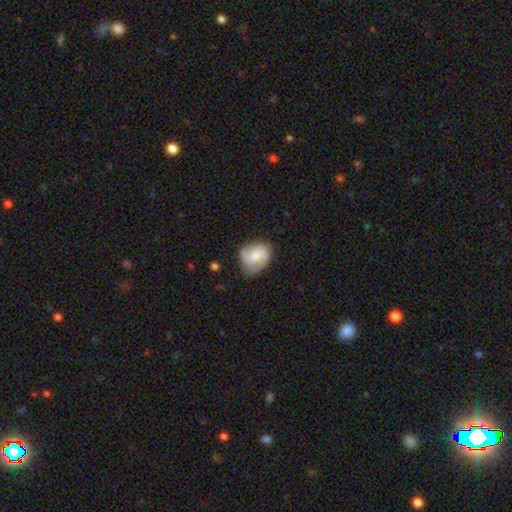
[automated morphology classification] A smooth galaxy with no disk features (50%) that is round (53%).

Vote fractions:
- Smooth or featured? smooth: 50% / featured or disk: 43% / star or artifact: 7%
- How rounded? round: 53% / in between: 46% / cigar-shaped: 1%
- Merging? none: 56% / minor disturbance: 31% / major disturbance: 11% / merger: 2%